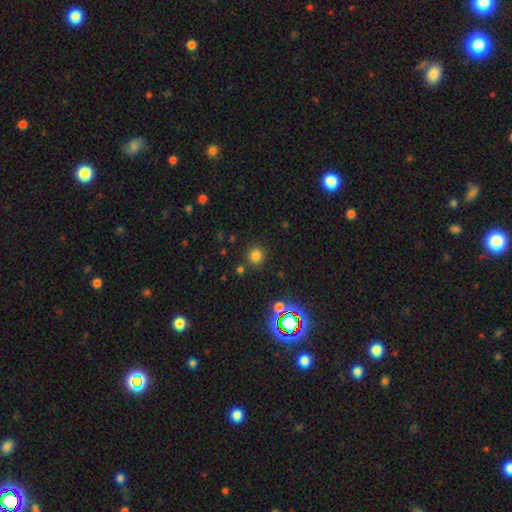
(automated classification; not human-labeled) Q: Smooth or featured?
A: smooth (76%); runner-up: star or artifact (19%)
Q: How rounded?
A: round (92%); runner-up: in between (7%)
Q: Merging?
A: none (86%); runner-up: minor disturbance (7%)